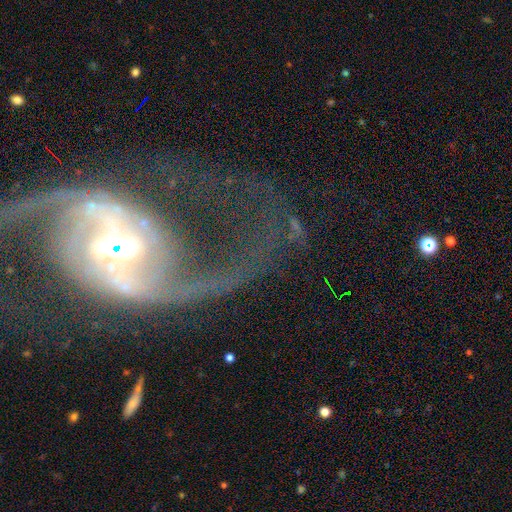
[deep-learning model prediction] Smooth or featured? featured or disk (89%)
Edge-on disk? no (97%)
Bar? strong (41%)
Spiral arms? yes (94%)
Spiral winding? loose (51%)
Spiral arm count? 2 (87%)
Bulge size? moderate (44%)
Merging? none (58%)